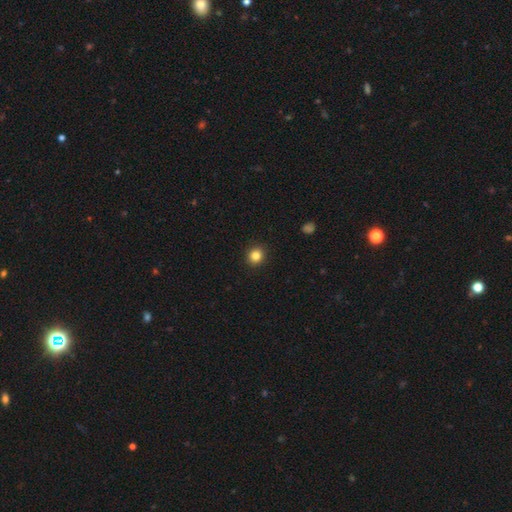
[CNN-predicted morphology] Smooth or featured: smooth — 84% (star or artifact — 11%)
How rounded: round — 86% (in between — 13%)
Merging: none — 92% (minor disturbance — 5%)